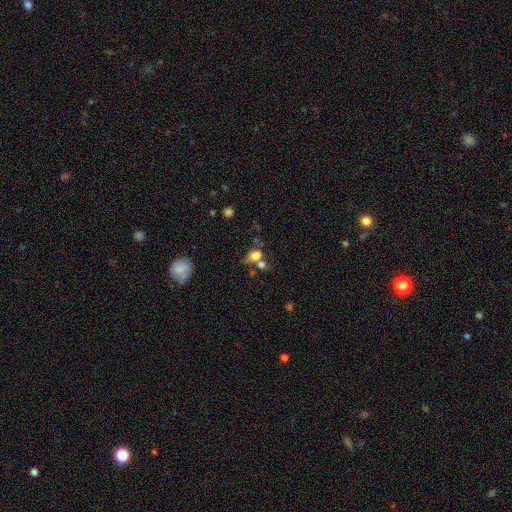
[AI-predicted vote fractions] Smooth or featured: smooth — 71% (featured or disk — 15%)
How rounded: in between — 64% (round — 33%)
Merging: merger — 36% (none — 35%)